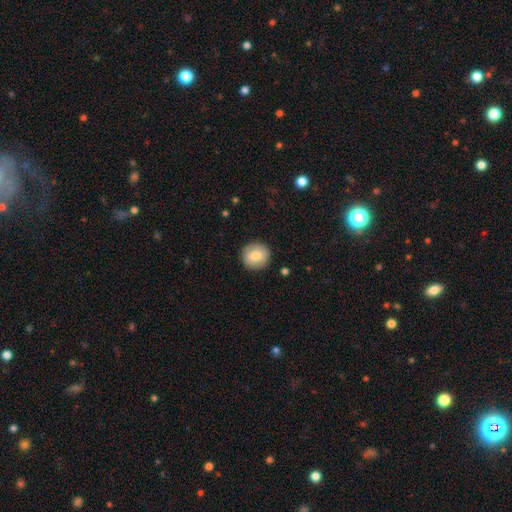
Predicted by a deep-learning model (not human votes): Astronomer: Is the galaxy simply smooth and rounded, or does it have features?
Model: smooth — 81%.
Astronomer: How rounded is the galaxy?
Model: round — 93%.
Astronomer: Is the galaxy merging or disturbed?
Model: none — 90%.